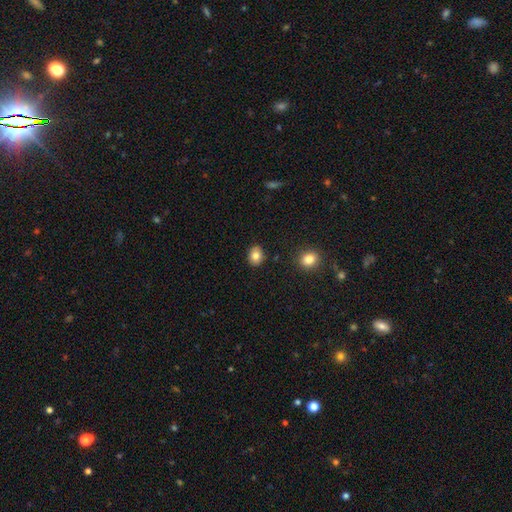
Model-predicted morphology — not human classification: Smooth or featured?
  - smooth: 82% *
  - star or artifact: 9%
  - featured or disk: 9%
How rounded?
  - round: 53% *
  - in between: 46%
  - cigar-shaped: 1%
Merging?
  - none: 88% *
  - minor disturbance: 8%
  - merger: 2%
  - major disturbance: 2%